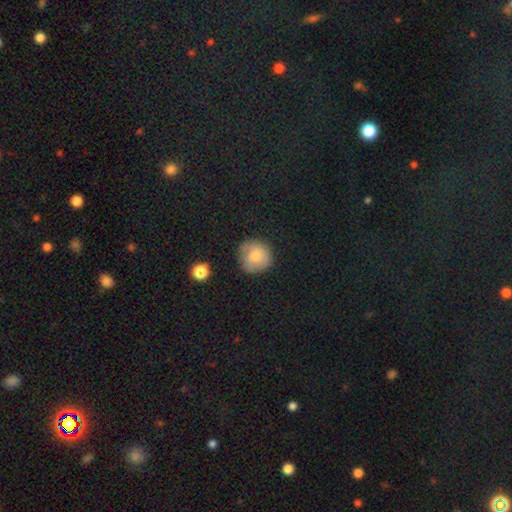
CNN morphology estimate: Overall: smooth (74%). How rounded: round (92%). Merging: none (73%).